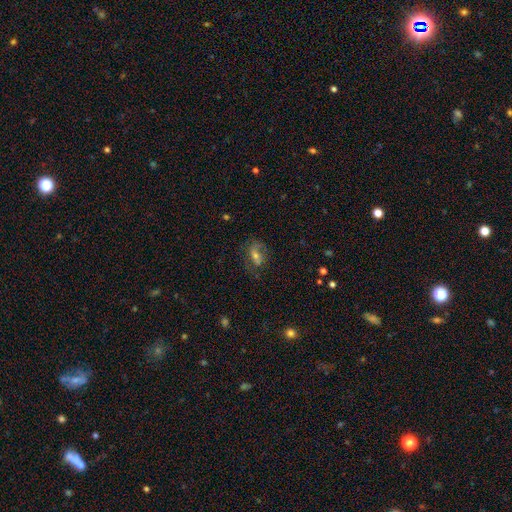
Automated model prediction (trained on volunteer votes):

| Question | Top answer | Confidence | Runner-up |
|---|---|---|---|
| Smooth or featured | featured or disk | 47% | smooth (41%) |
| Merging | none | 61% | minor disturbance (21%) |